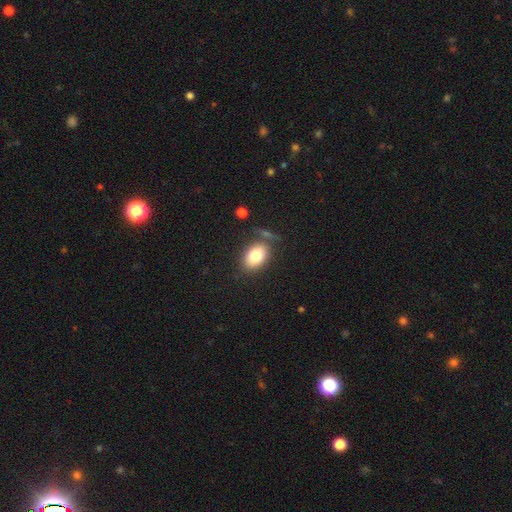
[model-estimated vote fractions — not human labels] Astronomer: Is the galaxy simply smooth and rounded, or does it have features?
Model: smooth — 80%.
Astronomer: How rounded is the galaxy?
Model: in between — 83%.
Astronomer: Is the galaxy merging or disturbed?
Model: none — 70%.